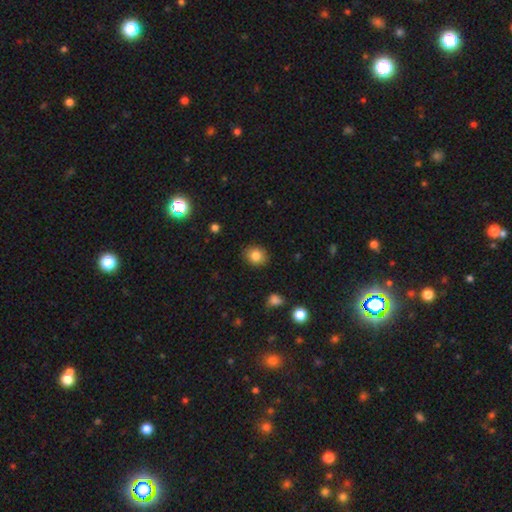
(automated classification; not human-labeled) The model was most divided on "how rounded": round: 67%, in between: 32%, cigar-shaped: 1%. More confident: merging — none (87%); smooth or featured — smooth (83%).